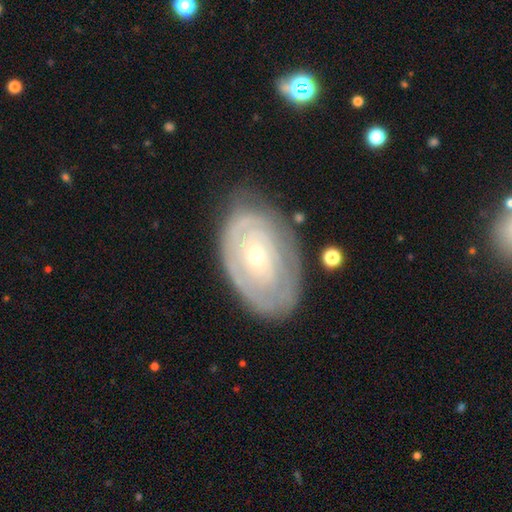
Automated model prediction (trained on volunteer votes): Smooth or featured? Predicted: featured or disk (p=0.71). Edge-on disk? Predicted: no (p=0.94). Bar? Predicted: no (p=0.83). Spiral arms? Predicted: yes (p=0.65). Bulge size? Predicted: small (p=0.68). Merging? Predicted: none (p=0.70).